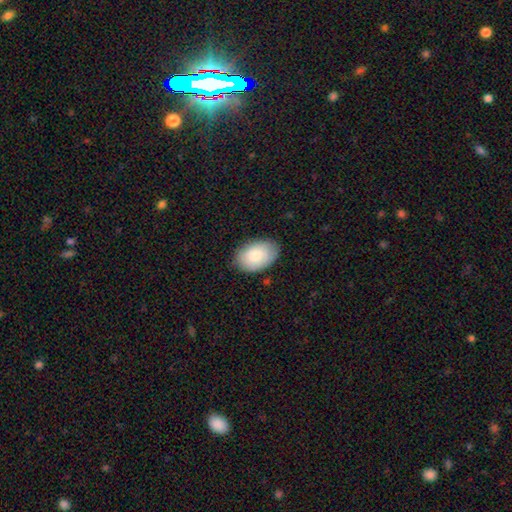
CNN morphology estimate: Smooth or featured? Predicted: smooth (p=0.81). How rounded? Predicted: in between (p=0.89). Merging? Predicted: none (p=0.82).